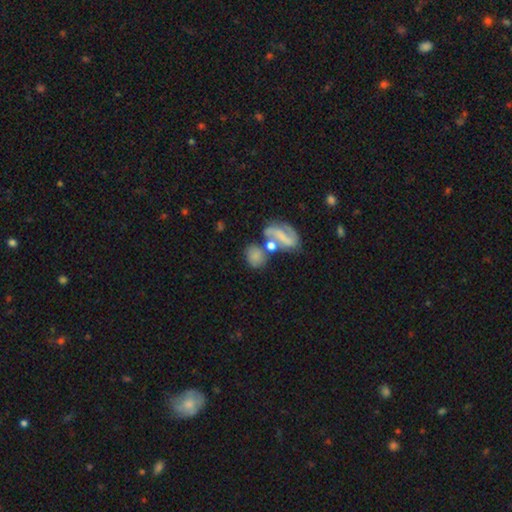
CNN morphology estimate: Smooth or featured: smooth — 64% (featured or disk — 25%)
How rounded: round — 55% (in between — 43%)
Merging: none — 40% (merger — 38%)